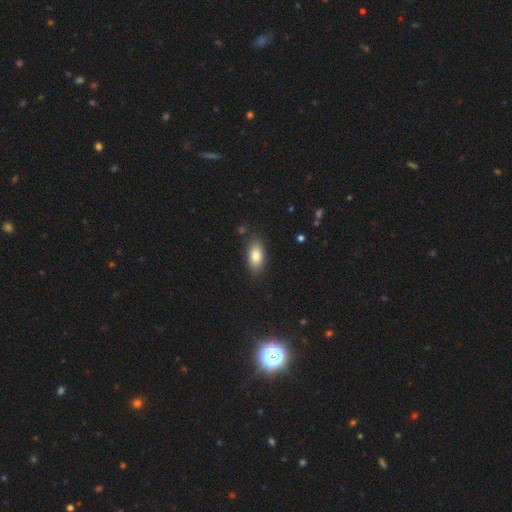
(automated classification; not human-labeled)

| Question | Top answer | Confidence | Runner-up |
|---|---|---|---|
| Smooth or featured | smooth | 83% | featured or disk (10%) |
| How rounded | in between | 89% | cigar-shaped (7%) |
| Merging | none | 84% | minor disturbance (11%) |